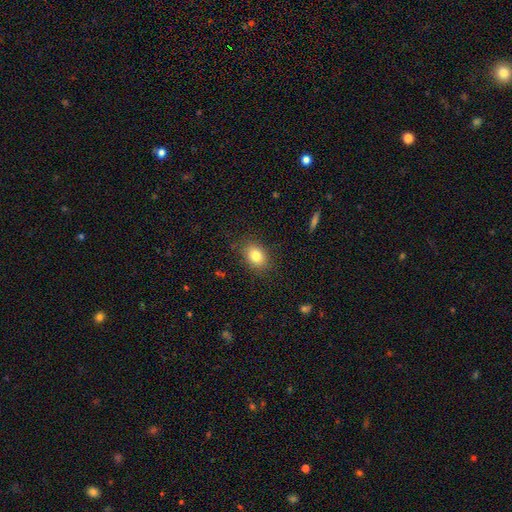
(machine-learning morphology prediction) The model was most divided on "how rounded": in between: 68%, round: 31%, cigar-shaped: 1%. More confident: merging — none (85%); smooth or featured — smooth (81%).